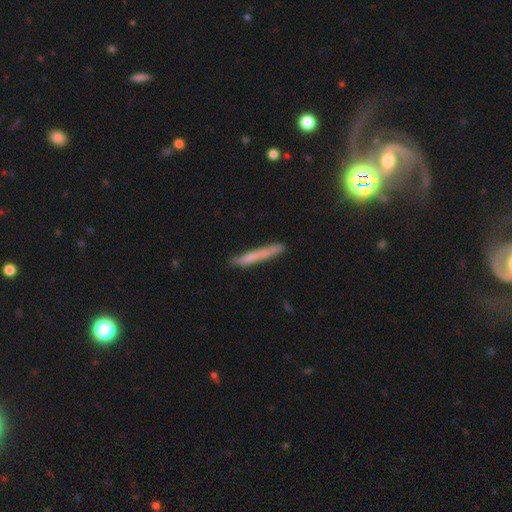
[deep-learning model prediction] Smooth or featured? Predicted: smooth (p=0.62). How rounded? Predicted: cigar-shaped (p=0.96). Merging? Predicted: none (p=0.81).